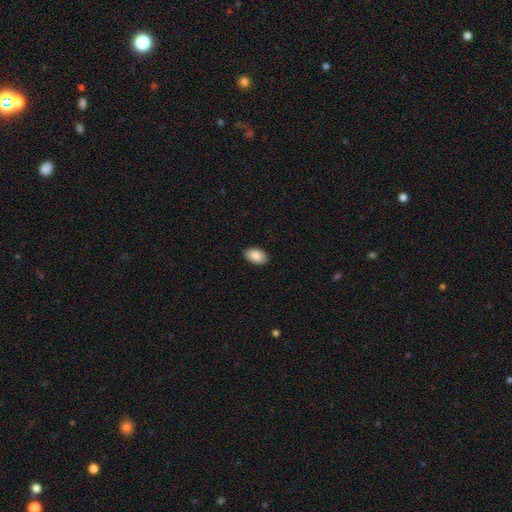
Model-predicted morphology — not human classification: Smooth or featured? smooth (86%)
How rounded? in between (93%)
Merging? none (90%)